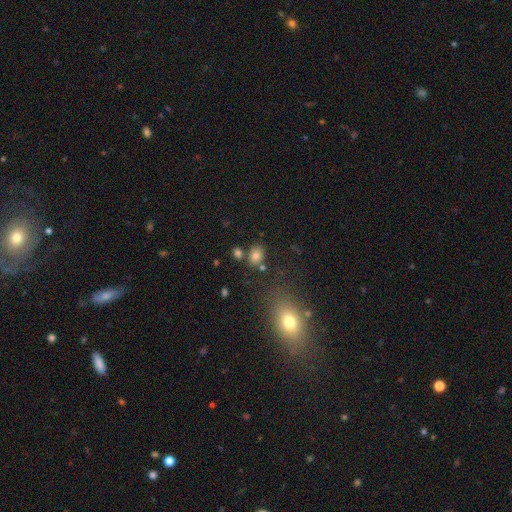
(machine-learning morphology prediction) smooth 78%, star or artifact 13%, featured or disk 9%. Down the decision tree: how rounded — in between (59%); merging — none (72%).